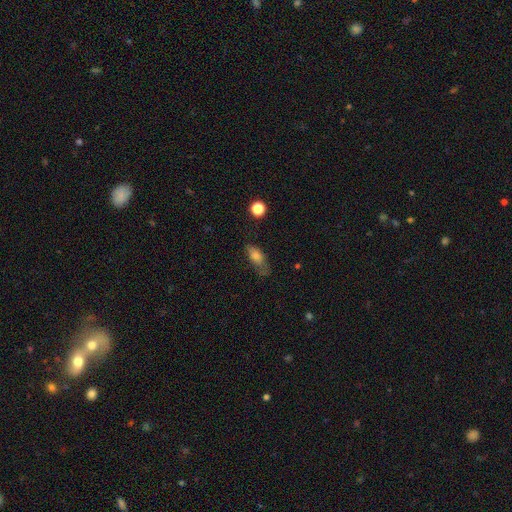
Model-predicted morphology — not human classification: smooth-or-featured: smooth: 75% | featured or disk: 15% | star or artifact: 10%
  how-rounded: in between: 78% | cigar-shaped: 16% | round: 6%
  merging: none: 51% | minor disturbance: 32% | major disturbance: 14% | merger: 4%